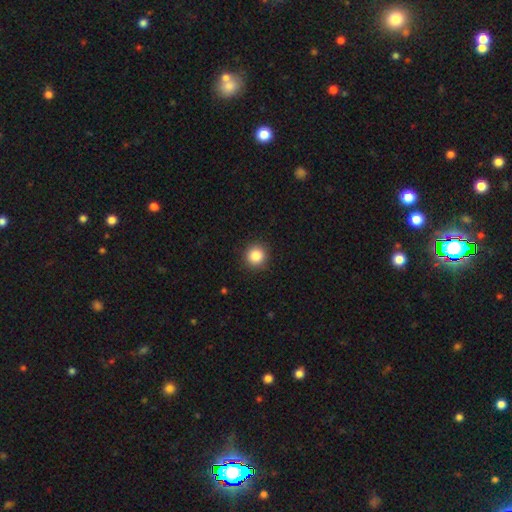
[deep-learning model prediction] A smooth galaxy with no disk features (86%) that is round (95%).

Vote fractions:
- Smooth or featured? smooth: 86% / star or artifact: 10% / featured or disk: 4%
- How rounded? round: 95% / in between: 4% / cigar-shaped: 1%
- Merging? none: 92% / minor disturbance: 5% / major disturbance: 2% / merger: 1%